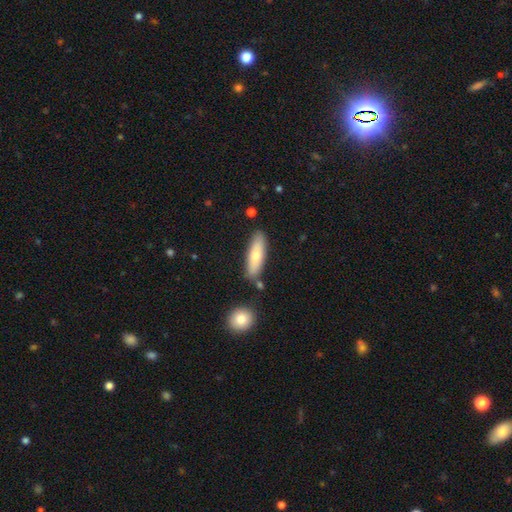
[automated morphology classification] Smooth or featured? Predicted: smooth (p=0.69). How rounded? Predicted: cigar-shaped (p=0.52). Merging? Predicted: none (p=0.80).